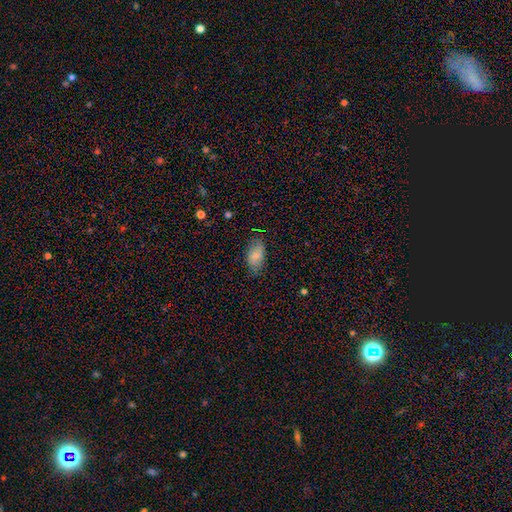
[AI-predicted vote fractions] This is likely a smooth galaxy (78%). How rounded: clearly in between (93%). Merging: likely none (73%).